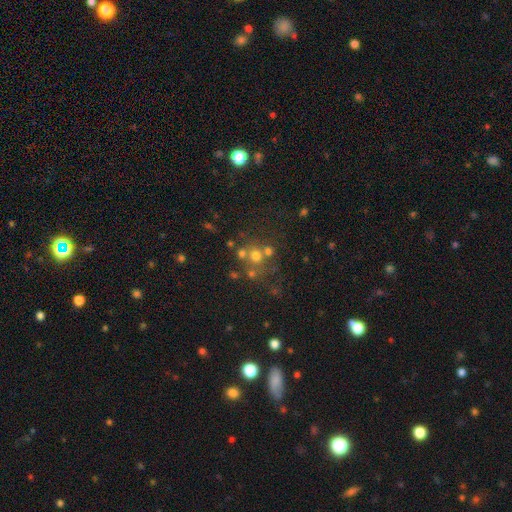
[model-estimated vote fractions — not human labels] Smooth or featured?
  - smooth: 60% *
  - star or artifact: 23%
  - featured or disk: 17%
How rounded?
  - round: 87% *
  - in between: 12%
  - cigar-shaped: 1%
Merging?
  - none: 56% *
  - merger: 29%
  - minor disturbance: 10%
  - major disturbance: 6%